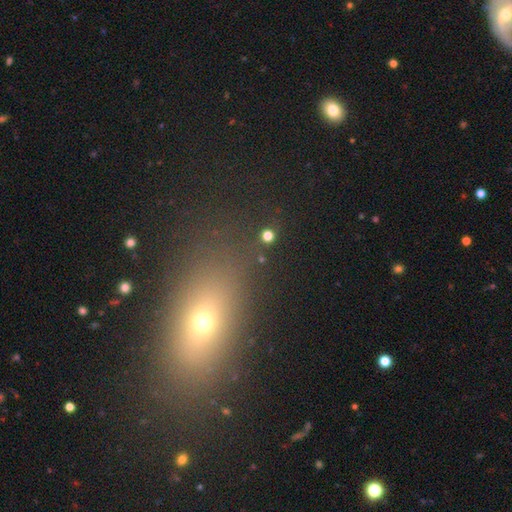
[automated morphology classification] Smooth or featured? Predicted: smooth (p=0.58). How rounded? Predicted: in between (p=0.68). Merging? Predicted: none (p=0.84).